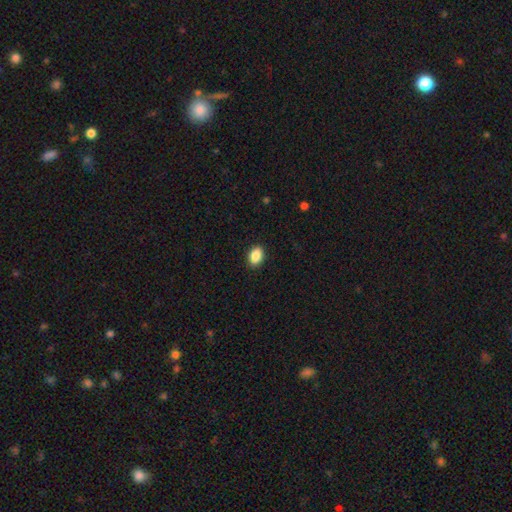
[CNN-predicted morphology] This is clearly a smooth galaxy (89%). How rounded: clearly in between (83%). Merging: clearly none (91%).